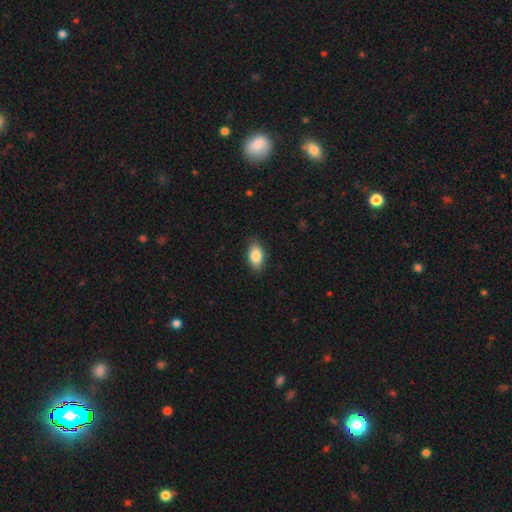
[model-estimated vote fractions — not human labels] The model was most divided on "merging": none: 86%, minor disturbance: 11%, major disturbance: 2%, merger: 1%. More confident: how rounded — in between (91%); smooth or featured — smooth (86%).